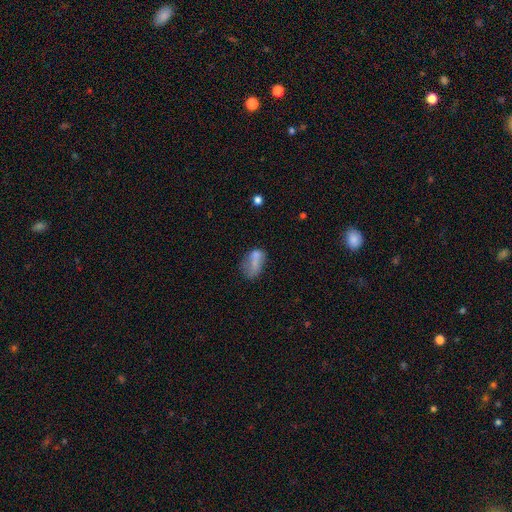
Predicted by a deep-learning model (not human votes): smooth 65%, featured or disk 25%, star or artifact 11%. Down the decision tree: how rounded — in between (84%); merging — none (32%).